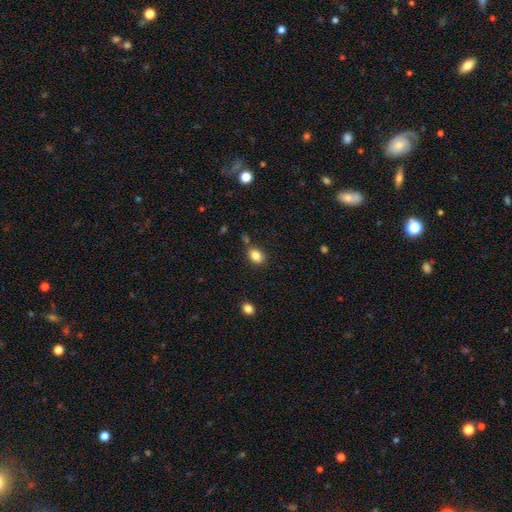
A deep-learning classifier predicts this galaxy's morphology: smooth_or_featured: smooth (p=0.85) [alt: star or artifact p=0.10]
how_rounded: in between (p=0.68) [alt: round p=0.31]
merging: none (p=0.75) [alt: minor disturbance p=0.15]